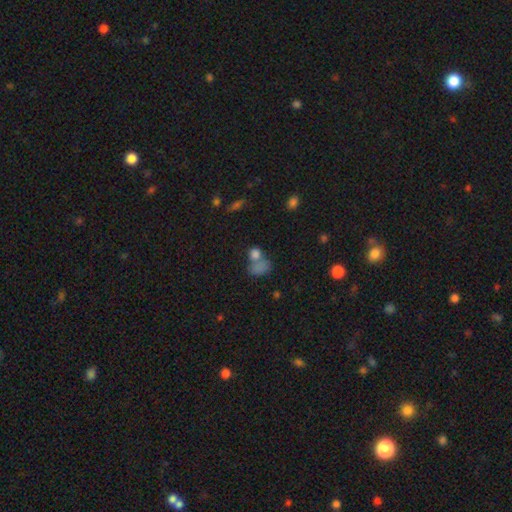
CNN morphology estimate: Smooth or featured: smooth — 72% (star or artifact — 18%)
How rounded: round — 51% (in between — 46%)
Merging: merger — 40% (tied with none — 40%)